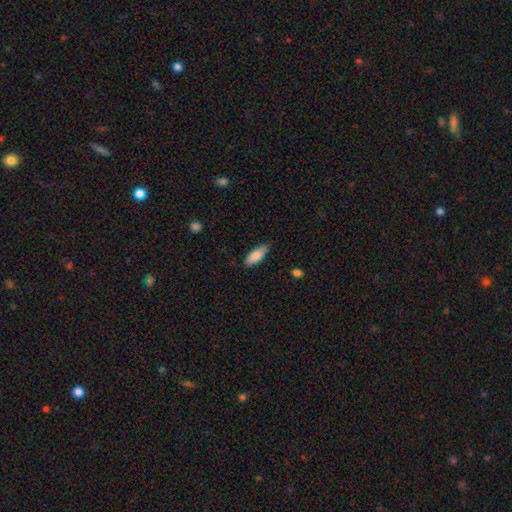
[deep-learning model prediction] This is clearly a smooth galaxy (85%). How rounded: likely in between (76%). Merging: likely none (72%).